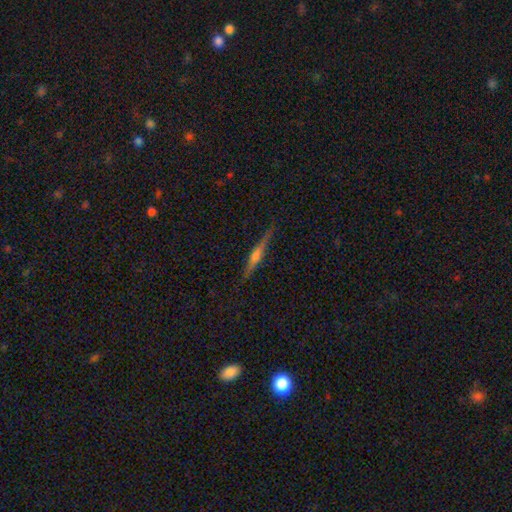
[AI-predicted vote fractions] The model was most divided on "smooth or featured": featured or disk: 72%, smooth: 20%, star or artifact: 8%. More confident: edge-on disk — yes (98%); merging — none (89%); edge-on bulge — rounded (76%).